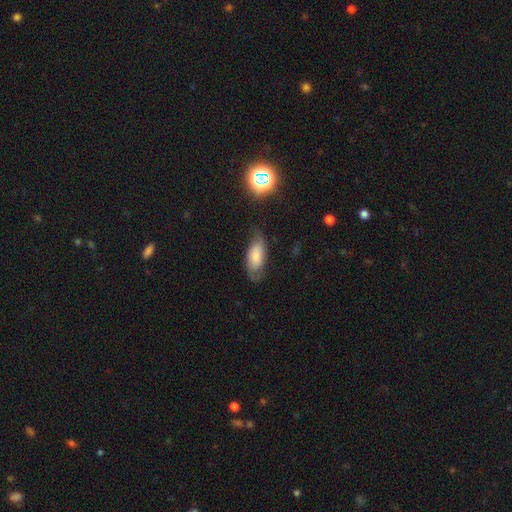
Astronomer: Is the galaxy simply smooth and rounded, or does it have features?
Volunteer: smooth — 90%.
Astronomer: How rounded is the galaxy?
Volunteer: in between — 74%.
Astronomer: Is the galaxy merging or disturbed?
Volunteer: none — 46% (runner-up: minor disturbance, 35%).